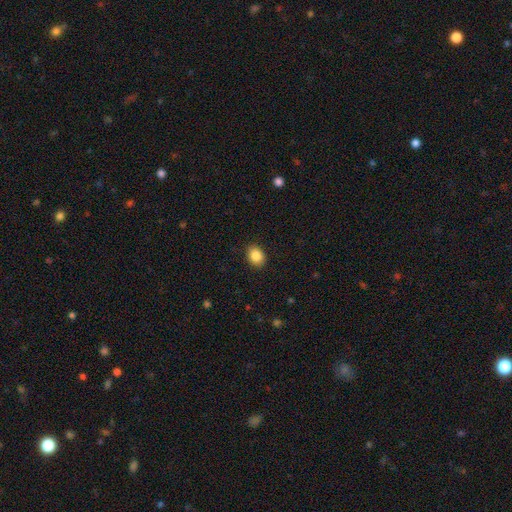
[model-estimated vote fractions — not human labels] Smooth or featured: smooth — 87% (star or artifact — 8%)
How rounded: in between — 57% (round — 42%)
Merging: none — 89% (minor disturbance — 8%)